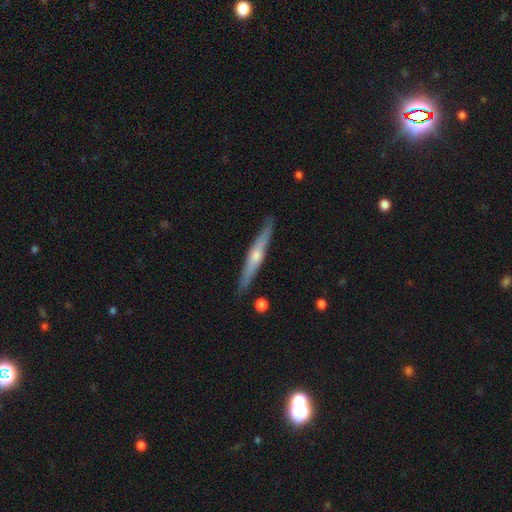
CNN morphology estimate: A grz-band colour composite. It shows a featured or disk galaxy (63%) viewed edge-on (95%) with a rounded central bulge (79%). Merging: none (88%).